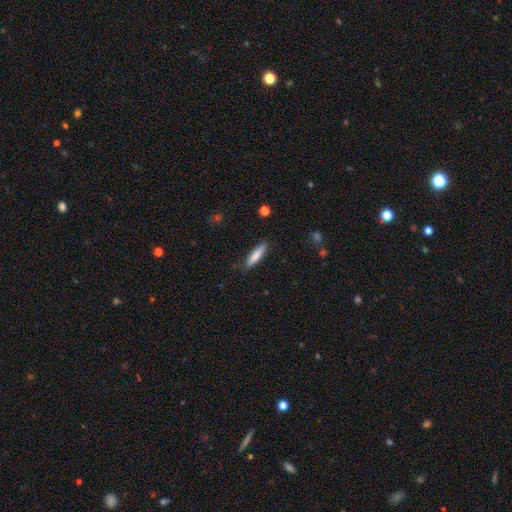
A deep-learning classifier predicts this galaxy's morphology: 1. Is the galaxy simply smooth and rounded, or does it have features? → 77% smooth, 16% featured or disk, 6% star or artifact.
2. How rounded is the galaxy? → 79% cigar-shaped, 19% in between, 1% round.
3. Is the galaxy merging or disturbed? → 86% none, 11% minor disturbance, 2% major disturbance, 1% merger.